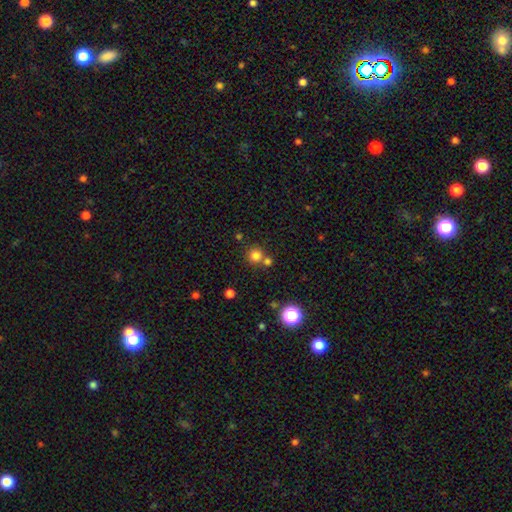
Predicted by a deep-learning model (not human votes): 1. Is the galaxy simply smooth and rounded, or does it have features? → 78% smooth, 16% star or artifact, 6% featured or disk.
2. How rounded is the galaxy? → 93% round, 6% in between, 1% cigar-shaped.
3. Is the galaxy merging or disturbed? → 65% none, 26% merger, 6% minor disturbance, 3% major disturbance.